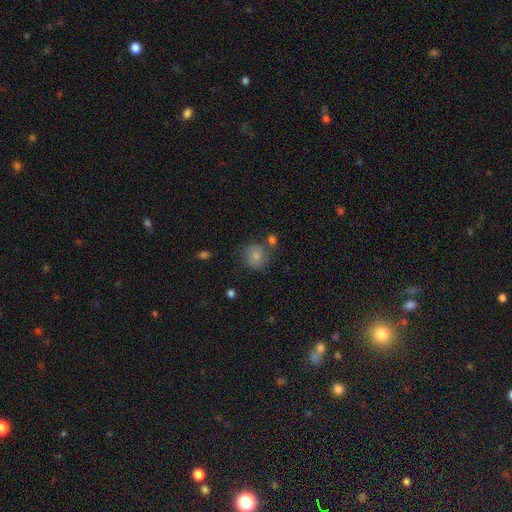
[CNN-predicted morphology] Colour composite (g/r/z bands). It shows a smooth galaxy with no disk features (72%) that is round (79%). Merging: none (58%).